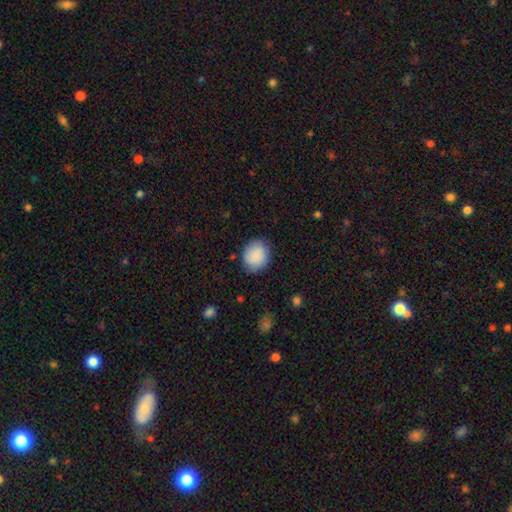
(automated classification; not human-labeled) Morphology: type=smooth (87%); roundness=round (66%); merging=none (83%).